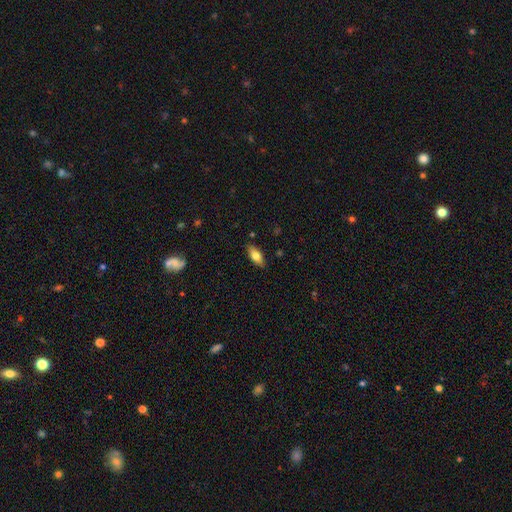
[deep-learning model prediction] Smooth or featured? Predicted: smooth (p=0.76). How rounded? Predicted: in between (p=0.84). Merging? Predicted: none (p=0.86).